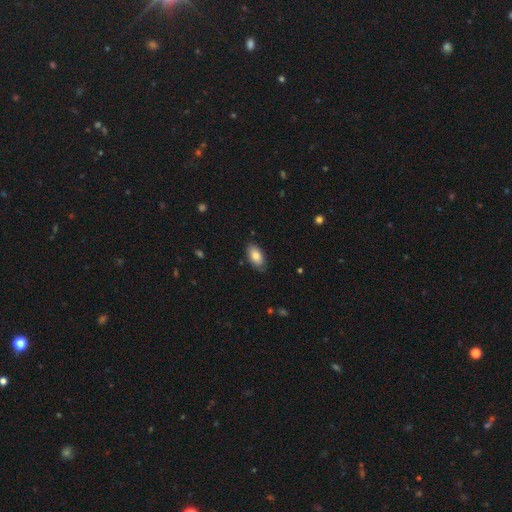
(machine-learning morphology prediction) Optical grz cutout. It shows a smooth galaxy with no disk features (80%) that is in between round and cigar-shaped (93%). Merging: none (81%).